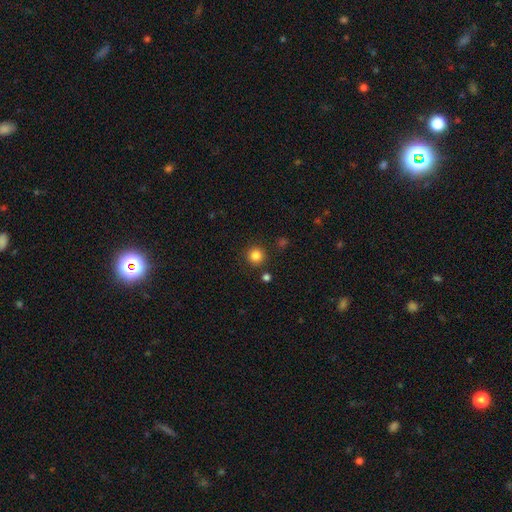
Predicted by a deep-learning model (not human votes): Smooth or featured?
  - smooth: 84% *
  - star or artifact: 12%
  - featured or disk: 4%
How rounded?
  - round: 95% *
  - in between: 4%
  - cigar-shaped: 1%
Merging?
  - none: 89% *
  - minor disturbance: 6%
  - merger: 3%
  - major disturbance: 2%